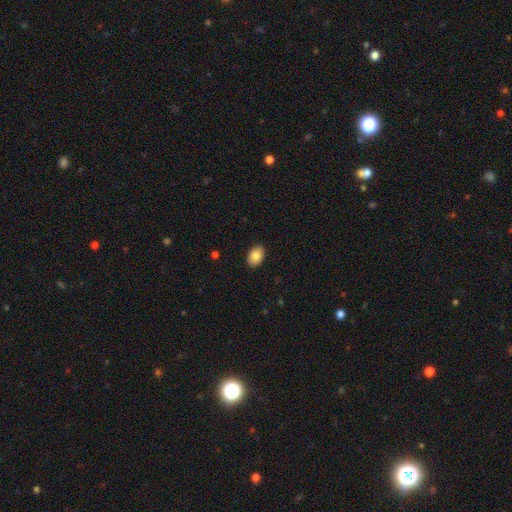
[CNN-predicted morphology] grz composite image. It shows a smooth galaxy with no disk features (84%) that is in between round and cigar-shaped (85%). Merging: none (89%).